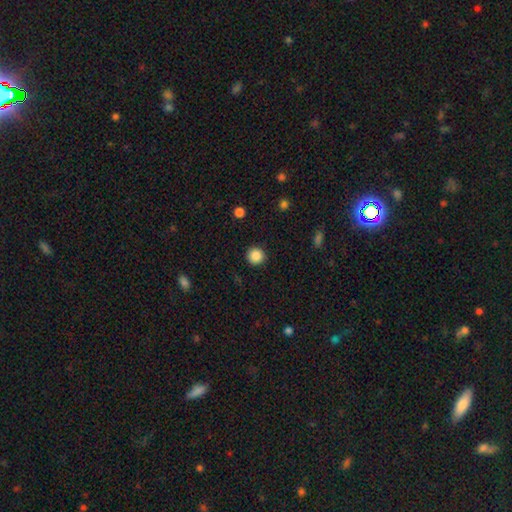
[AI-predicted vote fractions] This appears to be a smooth galaxy with no disk features (88%) that is round (95%). Merging: none (92%).